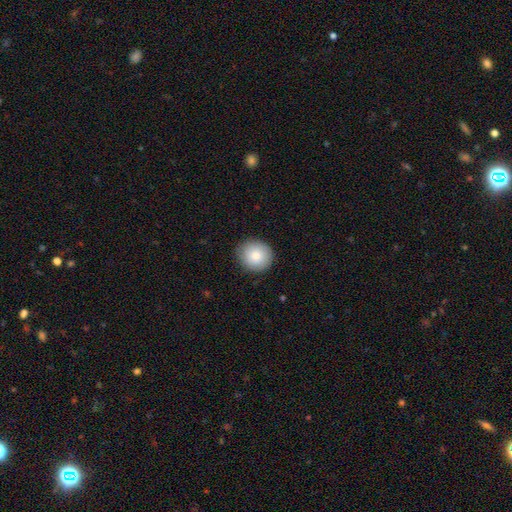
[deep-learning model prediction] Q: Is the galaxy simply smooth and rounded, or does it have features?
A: smooth — 84%.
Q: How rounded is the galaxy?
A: round — 86%.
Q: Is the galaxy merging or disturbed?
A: none — 88%.